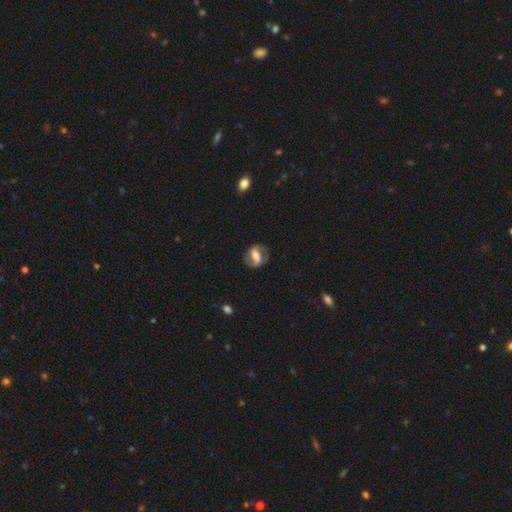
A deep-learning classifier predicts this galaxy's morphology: The model was most divided on "bulge size": moderate: 34%, large: 32%, small: 17%, none: 12%, dominant: 4%. Remaining: edge-on disk — no (95%); spiral arm count — 2 (88%); spiral arms — yes (84%); merging — none (75%); smooth or featured — featured or disk (66%); bar — strong (49%); spiral winding — medium (48%).